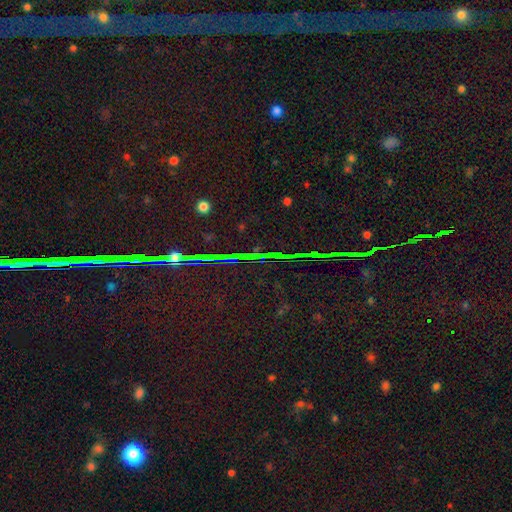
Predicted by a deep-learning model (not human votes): The model was most divided on "smooth or featured": star or artifact: 86%, featured or disk: 8%, smooth: 7%.